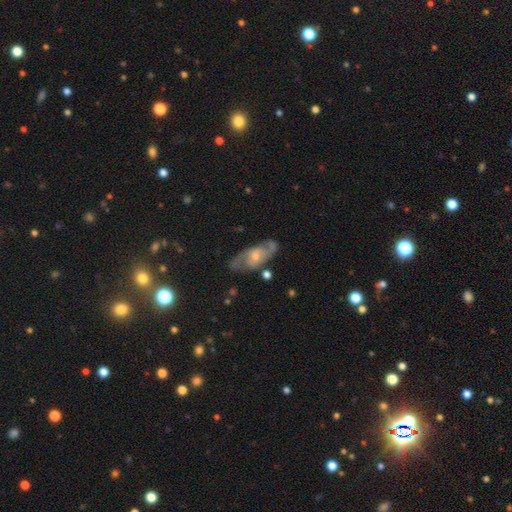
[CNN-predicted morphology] Q: Smooth or featured?
A: featured or disk (78%); runner-up: smooth (15%)
Q: Edge-on disk?
A: no (91%); runner-up: yes (9%)
Q: Bar?
A: no (56%); runner-up: weak (36%)
Q: Spiral arms?
A: yes (90%); runner-up: no (10%)
Q: Spiral winding?
A: medium (50%); runner-up: tight (33%)
Q: Spiral arm count?
A: 2 (79%); runner-up: can't tell (13%)
Q: Bulge size?
A: small (48%); runner-up: moderate (43%)
Q: Merging?
A: none (78%); runner-up: minor disturbance (15%)